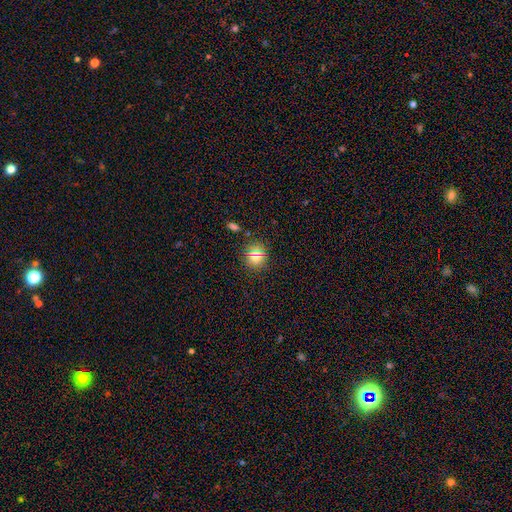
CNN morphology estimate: The model was most divided on "smooth or featured": smooth: 76%, star or artifact: 15%, featured or disk: 9%. More confident: merging — none (85%); how rounded — round (84%).